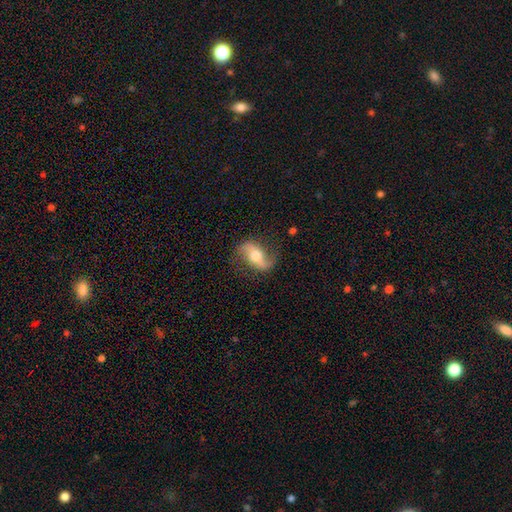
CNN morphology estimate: This appears to be a featured or disk galaxy (77%) with no bar (35%), 2 (91%) loose (77%) spiral arms (91%) and a moderate central bulge (68%). Merging: none (76%).